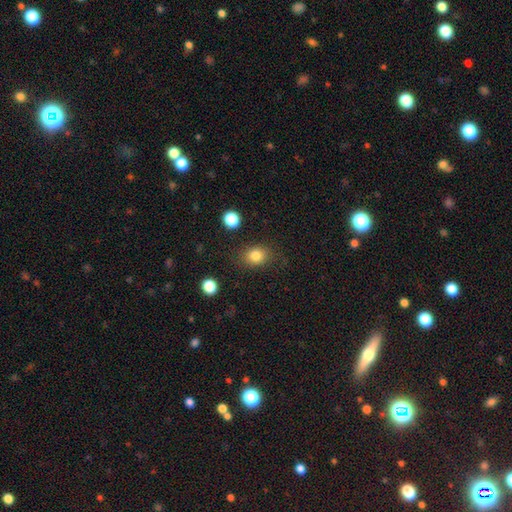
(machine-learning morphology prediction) A smooth galaxy with no disk features (82%) that is round (50%). Merging: none (81%).